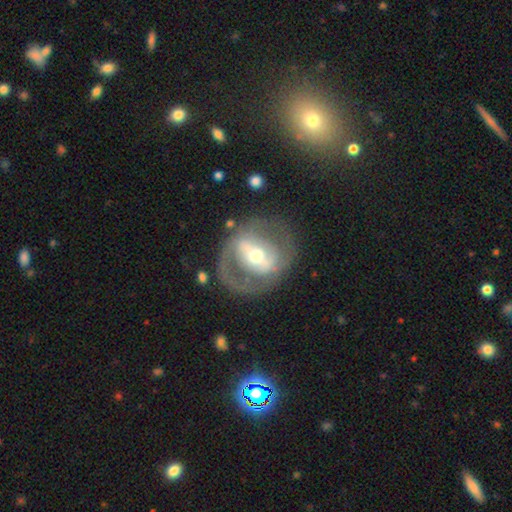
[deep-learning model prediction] The model was most divided on "spiral arms": no: 55%, yes: 45%. Remaining: edge-on disk — no (94%); smooth or featured — featured or disk (72%); merging — none (69%); bulge size — moderate (62%); bar — strong (47%).